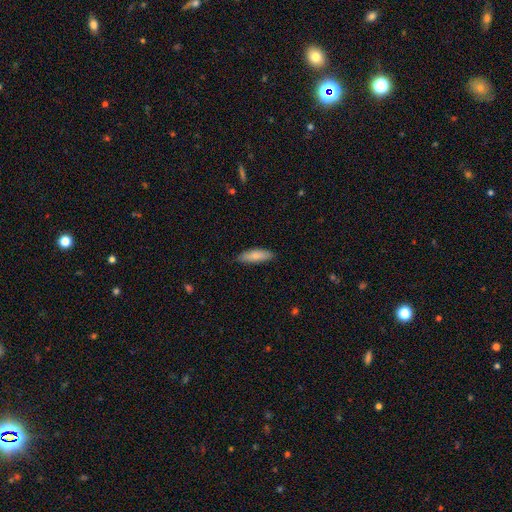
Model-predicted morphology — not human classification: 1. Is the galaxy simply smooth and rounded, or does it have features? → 82% smooth, 12% featured or disk, 5% star or artifact.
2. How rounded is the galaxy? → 52% cigar-shaped, 47% in between, 2% round.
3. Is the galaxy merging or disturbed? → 86% none, 11% minor disturbance, 2% major disturbance, 1% merger.